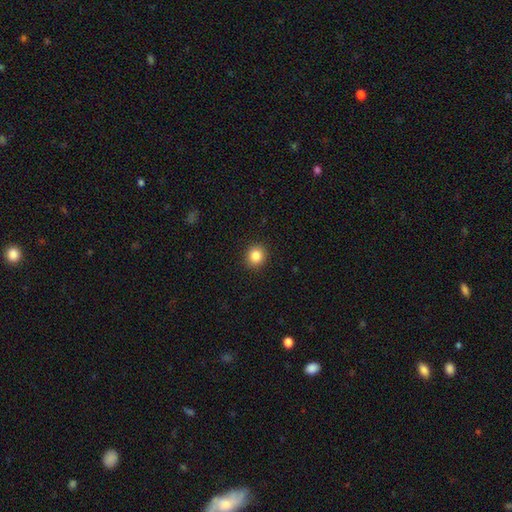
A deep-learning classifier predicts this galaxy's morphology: Smooth or featured?
  - smooth: 85% *
  - star or artifact: 10%
  - featured or disk: 5%
How rounded?
  - round: 86% *
  - in between: 13%
  - cigar-shaped: 1%
Merging?
  - none: 92% *
  - minor disturbance: 5%
  - major disturbance: 2%
  - merger: 1%